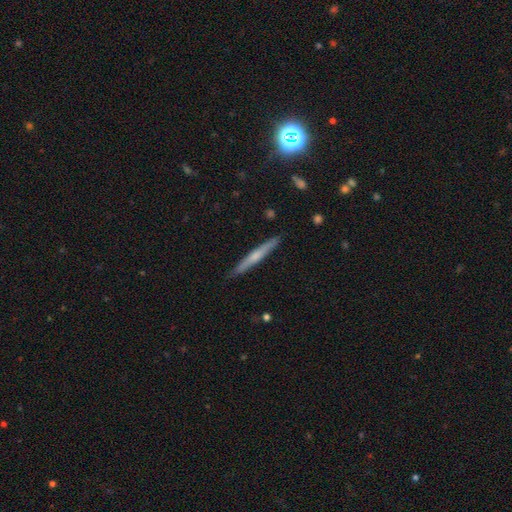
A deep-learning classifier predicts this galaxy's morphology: This is possibly a featured or disk galaxy (51%). It is clearly viewed edge-on (96%). Merging: clearly none (89%).